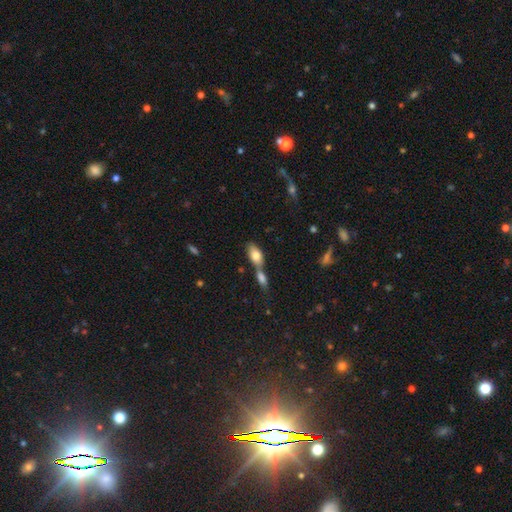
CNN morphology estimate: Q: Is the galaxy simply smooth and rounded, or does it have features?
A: smooth — 79%.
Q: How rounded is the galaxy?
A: in between — 87%.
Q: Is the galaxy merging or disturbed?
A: merger — 58%.